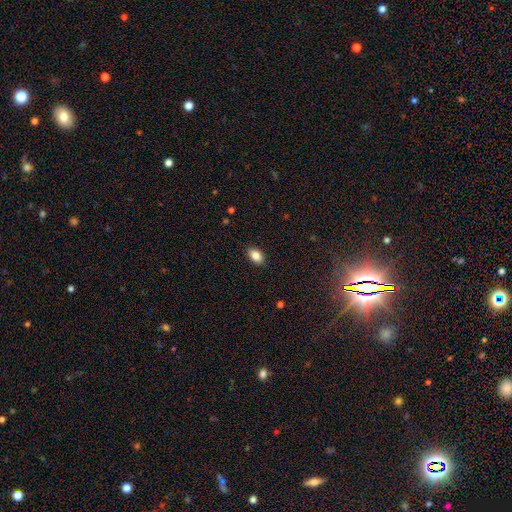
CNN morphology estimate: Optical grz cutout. It shows a smooth galaxy with no disk features (85%) that is in between round and cigar-shaped (90%). Merging: none (89%).